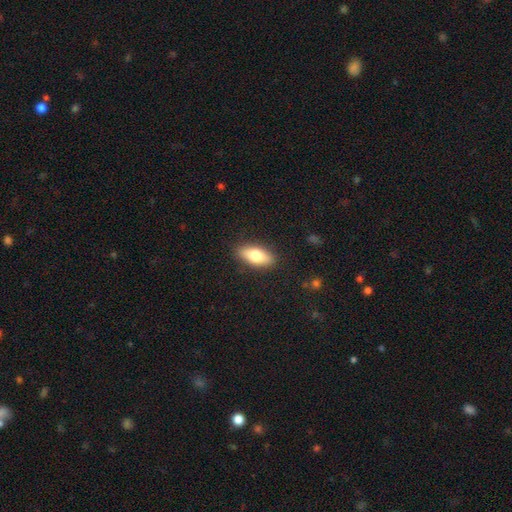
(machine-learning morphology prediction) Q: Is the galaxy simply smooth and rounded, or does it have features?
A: smooth — 75%.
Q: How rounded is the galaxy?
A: in between — 80%.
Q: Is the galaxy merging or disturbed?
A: none — 87%.